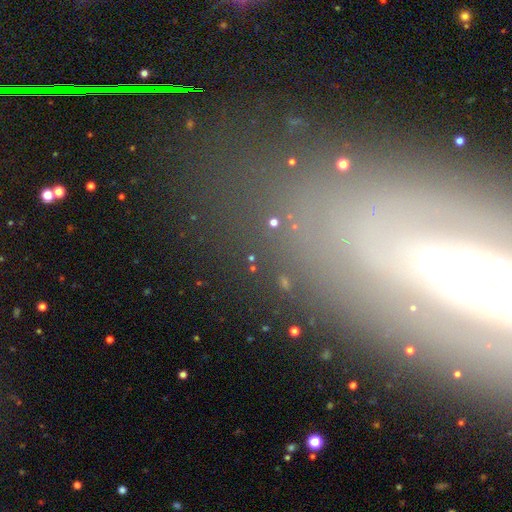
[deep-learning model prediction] Smooth or featured? Predicted: star or artifact (p=0.40).